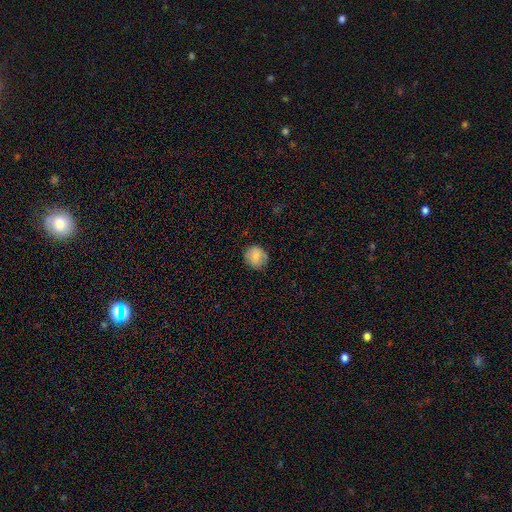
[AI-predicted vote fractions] Overall: smooth (84%). How rounded: round (82%). Merging: none (83%).